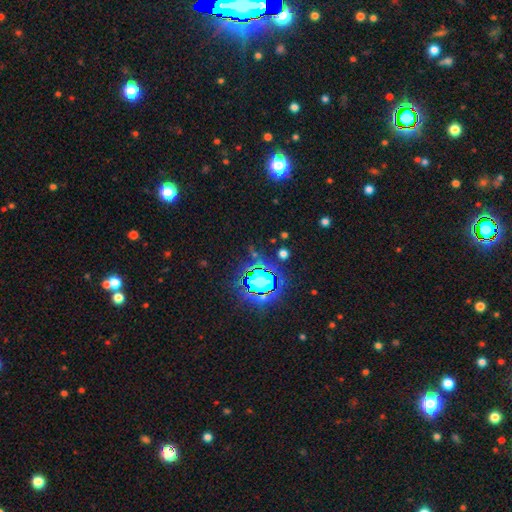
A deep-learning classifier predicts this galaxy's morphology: The model was most divided on "smooth or featured": star or artifact: 82%, smooth: 11%, featured or disk: 7%.